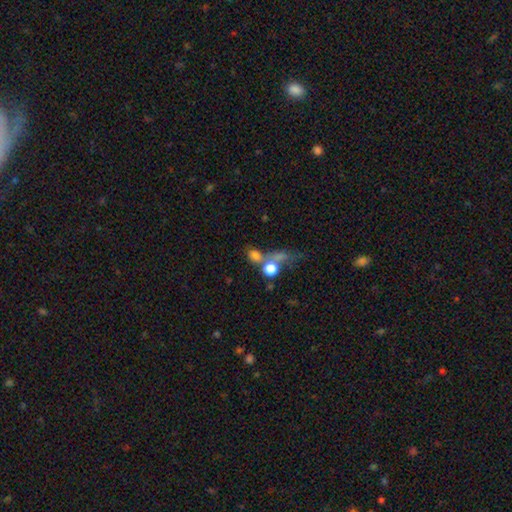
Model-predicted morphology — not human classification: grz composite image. It shows a smooth galaxy with no disk features (73%) that is round (55%). Merging: none (40%).